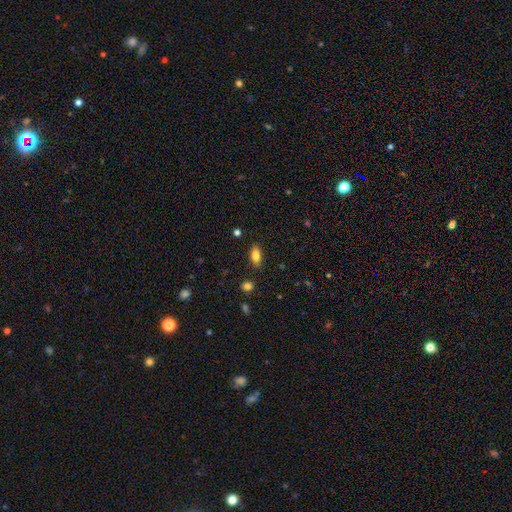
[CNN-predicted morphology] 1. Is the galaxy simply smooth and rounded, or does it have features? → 82% smooth, 9% featured or disk, 9% star or artifact.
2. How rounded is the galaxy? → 85% in between, 10% cigar-shaped, 4% round.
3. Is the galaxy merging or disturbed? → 85% none, 11% minor disturbance, 2% major disturbance, 2% merger.